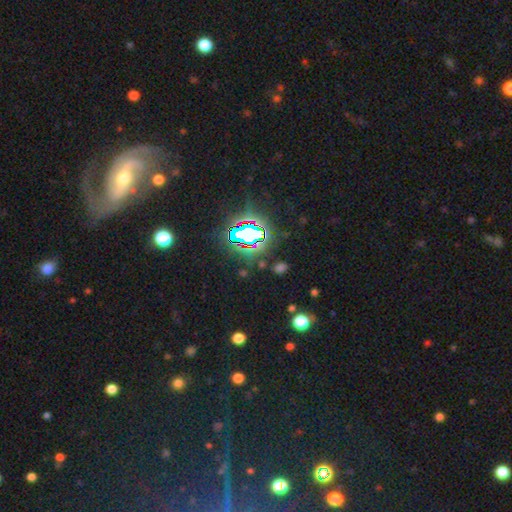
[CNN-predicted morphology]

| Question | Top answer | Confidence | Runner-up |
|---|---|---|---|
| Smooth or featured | star or artifact | 51% | featured or disk (28%) |